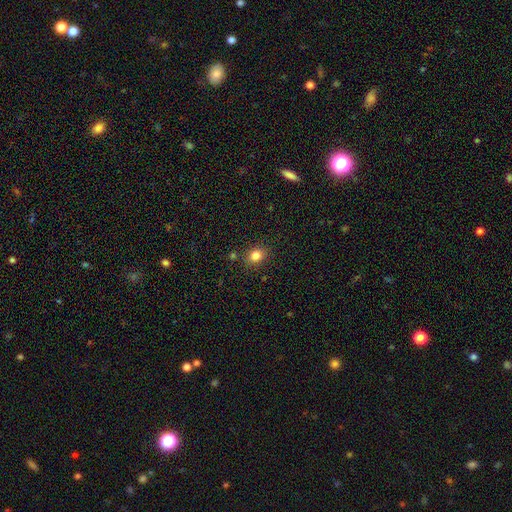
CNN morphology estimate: The model was most divided on "how rounded": in between: 55%, round: 44%, cigar-shaped: 1%. More confident: merging — none (84%); smooth or featured — smooth (83%).